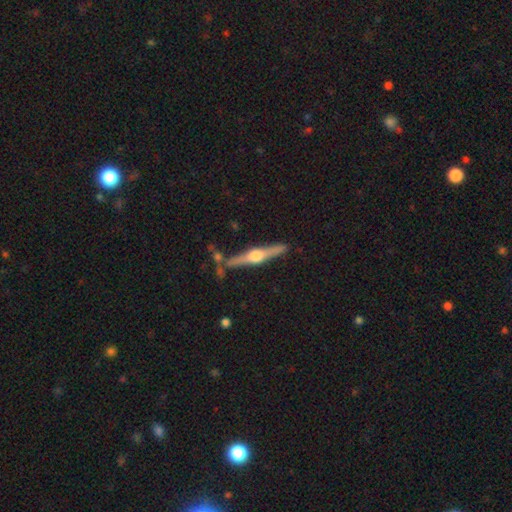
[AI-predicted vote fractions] Overall: featured or disk (77%). Edge-on disk: yes (97%). Edge-on bulge: rounded (95%). Merging: none (80%).